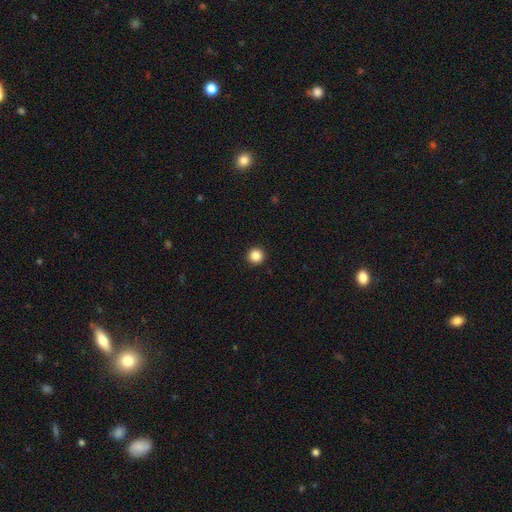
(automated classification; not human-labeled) smooth_or_featured: smooth (p=0.86) [alt: star or artifact p=0.11]
how_rounded: round (p=0.96) [alt: in between p=0.03]
merging: none (p=0.94) [alt: minor disturbance p=0.04]